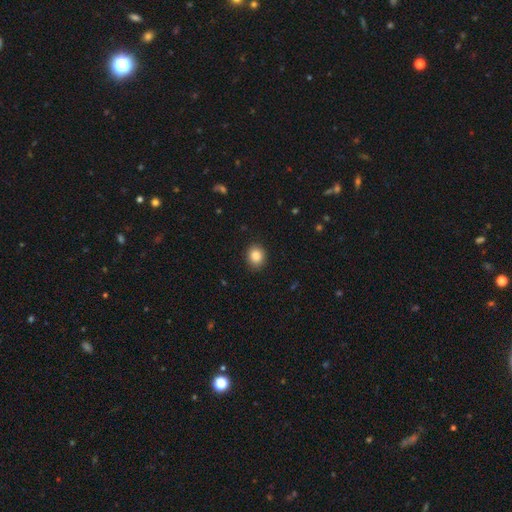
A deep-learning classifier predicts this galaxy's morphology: smooth_or_featured: smooth (p=0.87) [alt: star or artifact p=0.09]
how_rounded: round (p=0.69) [alt: in between p=0.30]
merging: none (p=0.89) [alt: minor disturbance p=0.08]